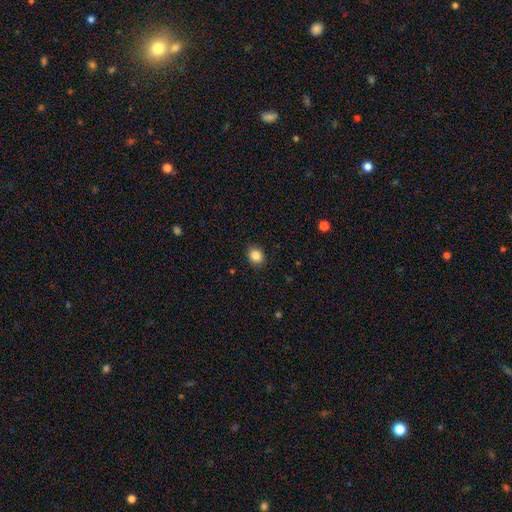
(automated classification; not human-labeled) A smooth galaxy with no disk features (86%) that is round (68%).

Vote fractions:
- Smooth or featured? smooth: 86% / star or artifact: 10% / featured or disk: 4%
- How rounded? round: 68% / in between: 31% / cigar-shaped: 1%
- Merging? none: 89% / minor disturbance: 8% / major disturbance: 2% / merger: 1%